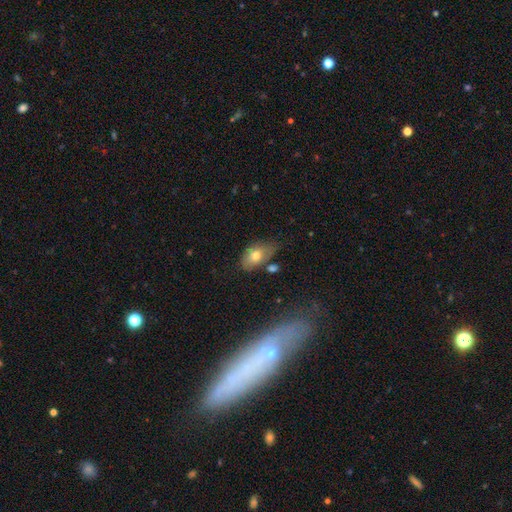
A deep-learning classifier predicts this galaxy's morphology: Q: Smooth or featured?
A: smooth (72%); runner-up: featured or disk (20%)
Q: How rounded?
A: in between (89%); runner-up: round (9%)
Q: Merging?
A: none (55%); runner-up: minor disturbance (28%)